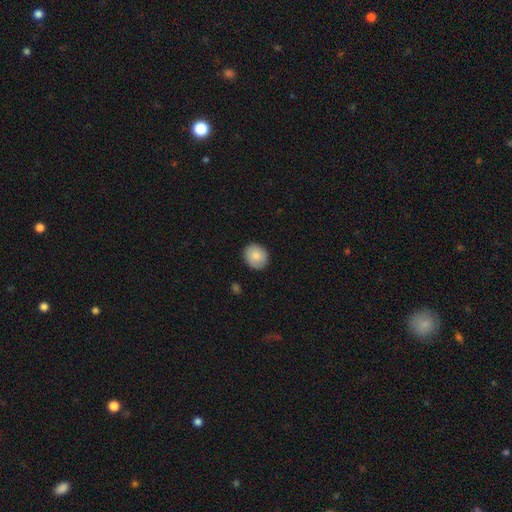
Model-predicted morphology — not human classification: Smooth or featured?
  - smooth: 85% *
  - featured or disk: 8%
  - star or artifact: 7%
How rounded?
  - round: 73% *
  - in between: 26%
  - cigar-shaped: 1%
Merging?
  - none: 88% *
  - minor disturbance: 9%
  - major disturbance: 2%
  - merger: 1%